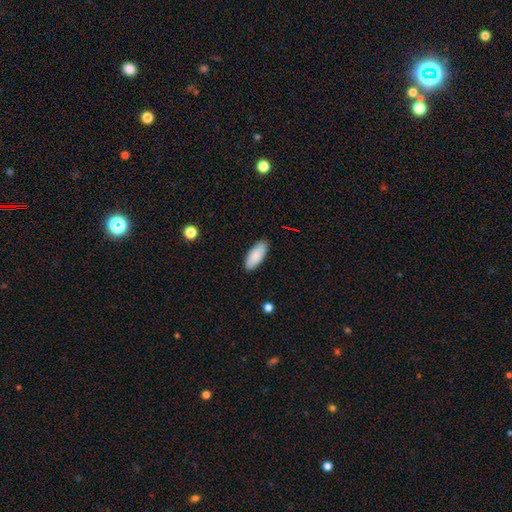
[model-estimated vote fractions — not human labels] Q: Smooth or featured?
A: smooth (84%); runner-up: featured or disk (10%)
Q: How rounded?
A: in between (86%); runner-up: cigar-shaped (12%)
Q: Merging?
A: none (83%); runner-up: minor disturbance (14%)